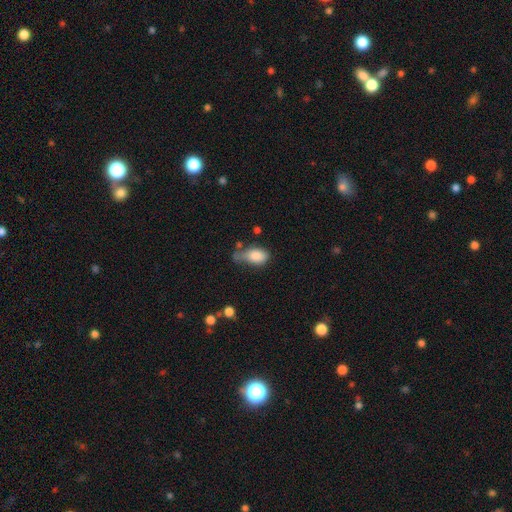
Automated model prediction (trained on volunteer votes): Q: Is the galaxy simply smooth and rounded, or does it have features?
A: smooth — 81%.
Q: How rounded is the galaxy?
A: in between — 86%.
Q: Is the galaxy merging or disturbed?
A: minor disturbance — 37%.